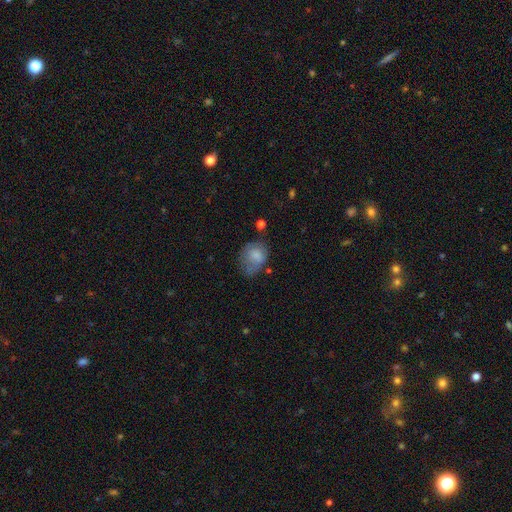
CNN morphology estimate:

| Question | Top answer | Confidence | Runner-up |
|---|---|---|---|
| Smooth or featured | smooth | 74% | featured or disk (17%) |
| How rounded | in between | 60% | round (39%) |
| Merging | none | 35% | minor disturbance (33%) |